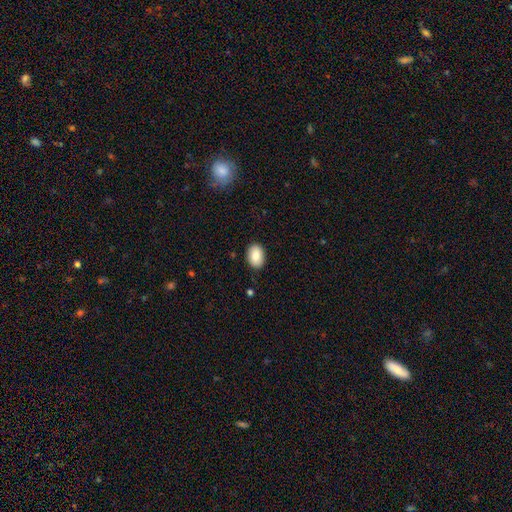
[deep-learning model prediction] A smooth galaxy with no disk features (87%) that is in between round and cigar-shaped (83%). Merging: none (89%).